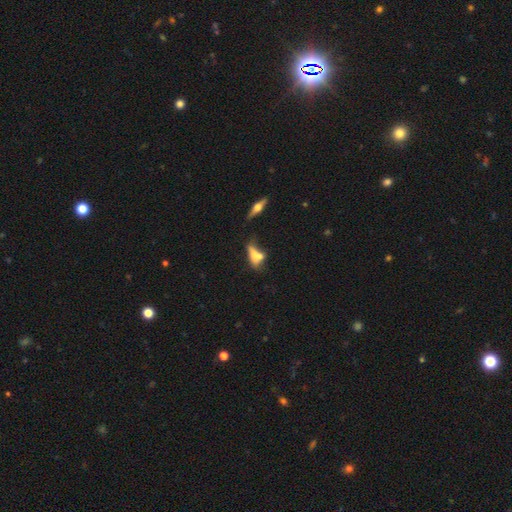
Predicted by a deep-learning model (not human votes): This appears to be a smooth galaxy with no disk features (55%) that is in between round and cigar-shaped (65%). Merging: merger (40%).